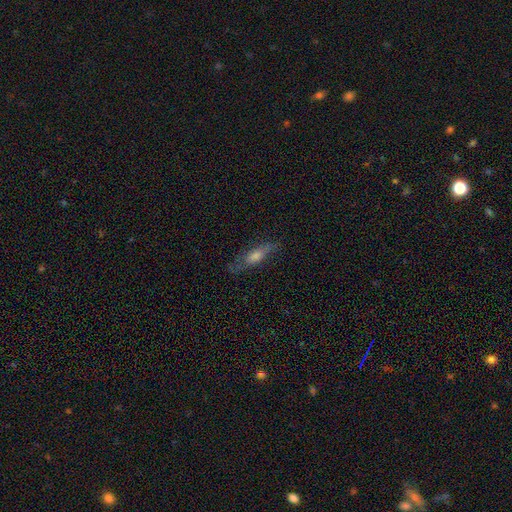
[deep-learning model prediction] Smooth or featured? featured or disk (50%)
Edge-on disk? yes (62%)
Merging? none (71%)